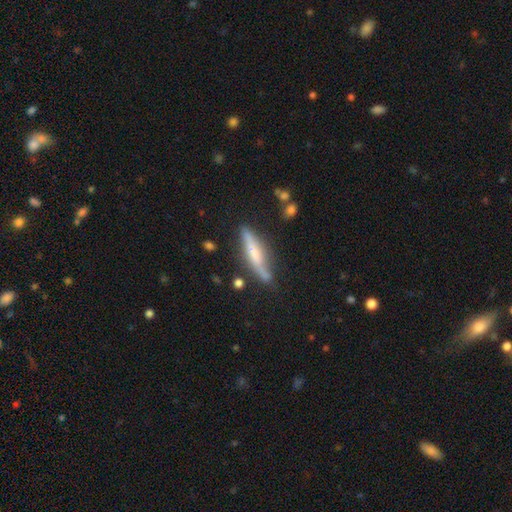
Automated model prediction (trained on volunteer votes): Smooth or featured? Predicted: featured or disk (p=0.56). Edge-on disk? Predicted: yes (p=0.89). Merging? Predicted: none (p=0.72).